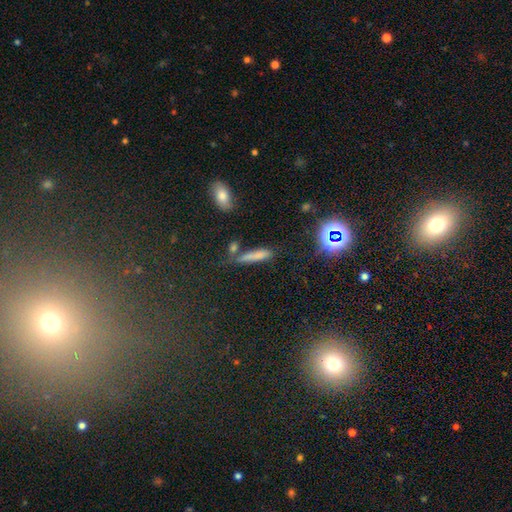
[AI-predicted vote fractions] Q: Smooth or featured?
A: smooth (70%); runner-up: star or artifact (17%)
Q: How rounded?
A: cigar-shaped (84%); runner-up: in between (13%)
Q: Merging?
A: none (67%); runner-up: minor disturbance (16%)